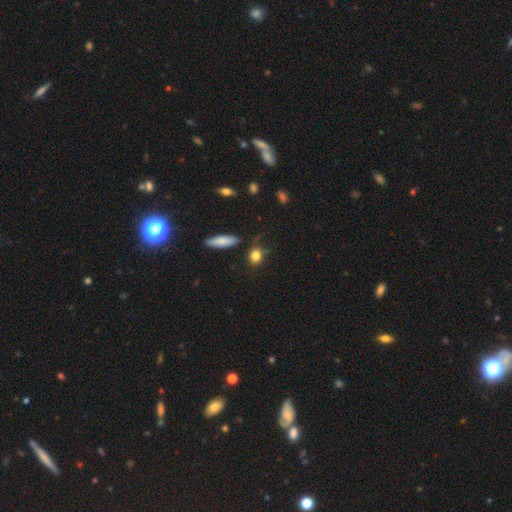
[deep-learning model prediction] Q: Smooth or featured?
A: smooth (84%); runner-up: star or artifact (9%)
Q: How rounded?
A: round (56%); runner-up: in between (39%)
Q: Merging?
A: none (69%); runner-up: minor disturbance (19%)